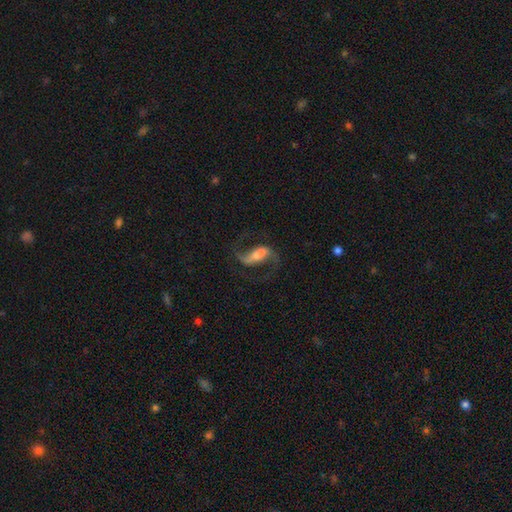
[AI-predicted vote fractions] Overall: featured or disk (83%). Edge-on disk: no (96%). Bar: strong (47%; weak 36%). Spiral arms: yes (95%). Spiral arm count: 2 (93%). Spiral winding: loose (60%; medium 34%). Bulge size: small (41%; moderate 38%). Merging: none (70%).